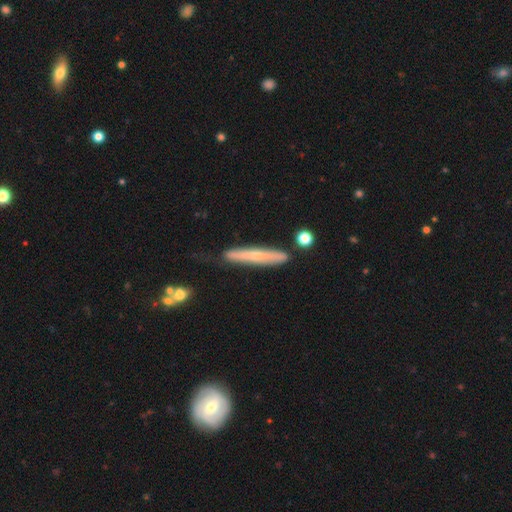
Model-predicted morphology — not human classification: A featured or disk galaxy (51%) viewed edge-on (87%).

Vote fractions:
- Smooth or featured? featured or disk: 51% / smooth: 43% / star or artifact: 6%
- Edge-on disk? yes: 87% / no: 13%
- Merging? none: 76% / minor disturbance: 17% / merger: 4% / major disturbance: 3%